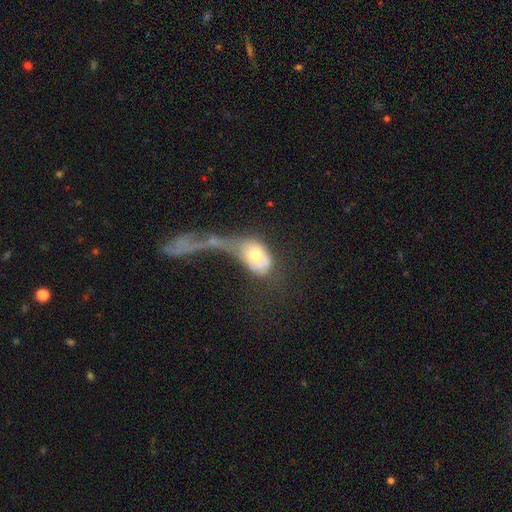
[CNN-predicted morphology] The model was most divided on "merging": merger: 42%, major disturbance: 36%, none: 12%, minor disturbance: 10%. More confident: how rounded — in between (79%); smooth or featured — smooth (58%).